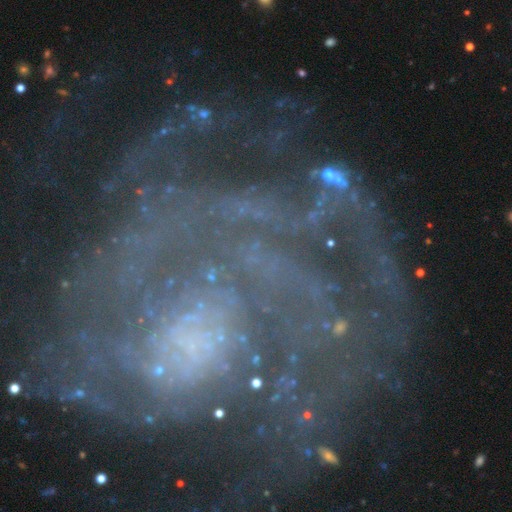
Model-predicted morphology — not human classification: Q: Smooth or featured?
A: featured or disk (78%); runner-up: star or artifact (13%)
Q: Edge-on disk?
A: no (97%); runner-up: yes (3%)
Q: Bar?
A: no (63%); runner-up: weak (25%)
Q: Spiral arms?
A: yes (84%); runner-up: no (16%)
Q: Spiral winding?
A: tight (51%); runner-up: medium (32%)
Q: Spiral arm count?
A: can't tell (35%); runner-up: 2 (22%)
Q: Bulge size?
A: none (42%); runner-up: small (32%)
Q: Merging?
A: none (55%); runner-up: major disturbance (23%)